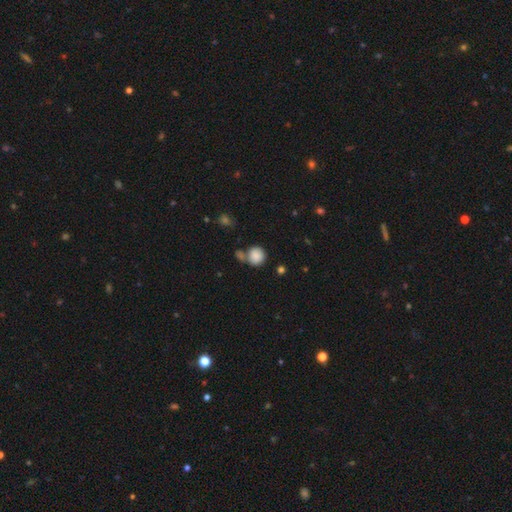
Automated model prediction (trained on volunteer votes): This is clearly a smooth galaxy (86%). How rounded: clearly round (88%). Merging: likely none (61%).